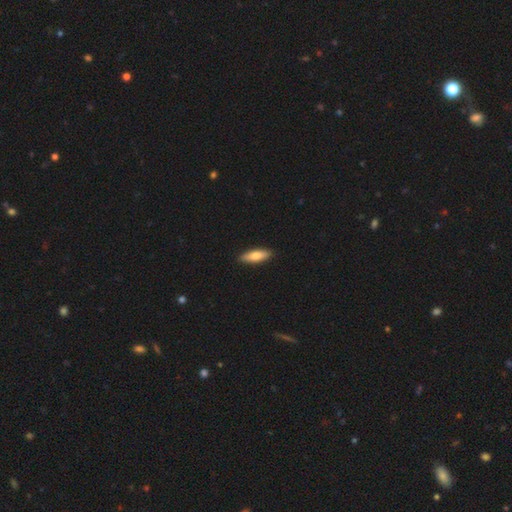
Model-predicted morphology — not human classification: This is likely a smooth galaxy (74%). How rounded: possibly cigar-shaped (52%). Merging: clearly none (90%).